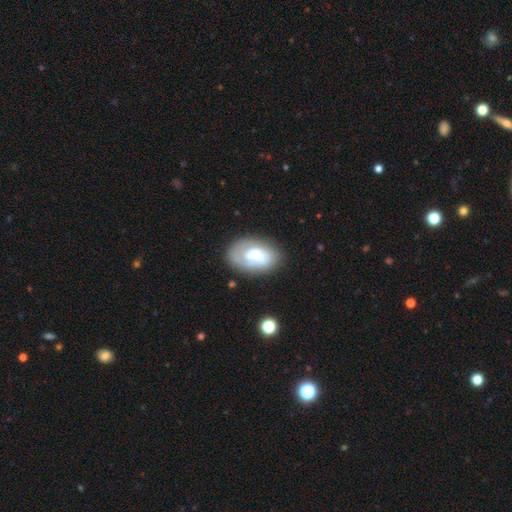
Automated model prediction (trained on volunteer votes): Overall: featured or disk (52%; smooth 41%). Edge-on disk: no (96%). Merging: none (63%).